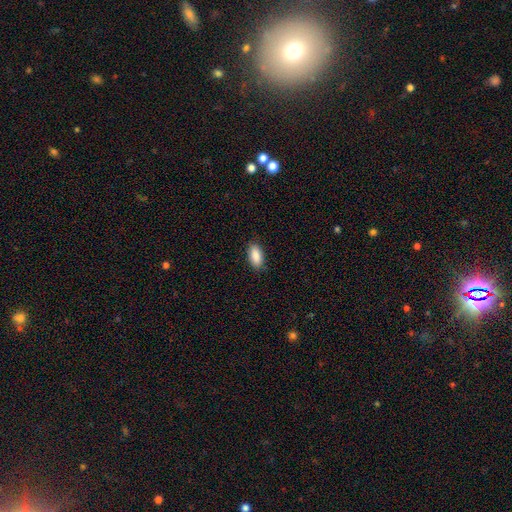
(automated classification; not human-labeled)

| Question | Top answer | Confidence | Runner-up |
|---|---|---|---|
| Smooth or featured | smooth | 89% | star or artifact (6%) |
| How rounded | in between | 90% | cigar-shaped (7%) |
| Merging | none | 88% | minor disturbance (9%) |